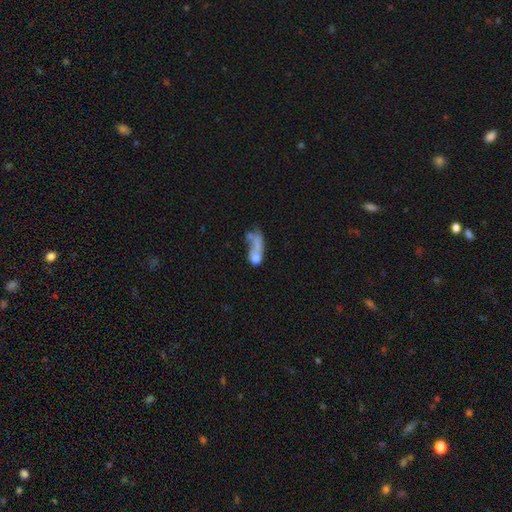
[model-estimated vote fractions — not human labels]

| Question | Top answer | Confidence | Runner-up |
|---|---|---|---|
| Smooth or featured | smooth | 51% | featured or disk (35%) |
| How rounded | in between | 68% | cigar-shaped (20%) |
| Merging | merger | 37% | major disturbance (33%) |